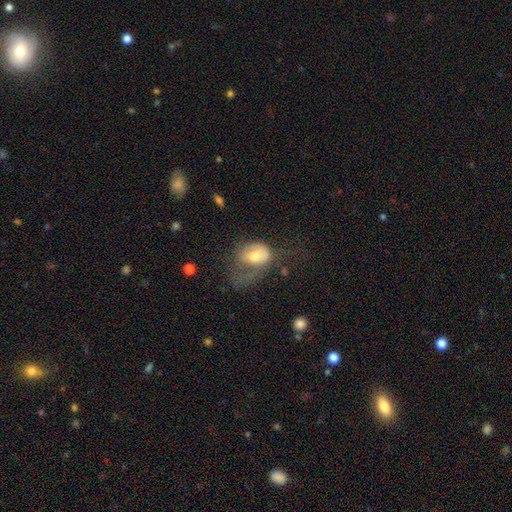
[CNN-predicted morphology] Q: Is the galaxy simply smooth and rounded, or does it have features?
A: smooth — 58%.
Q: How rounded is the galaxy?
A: in between — 70%.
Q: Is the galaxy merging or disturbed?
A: major disturbance — 60%.